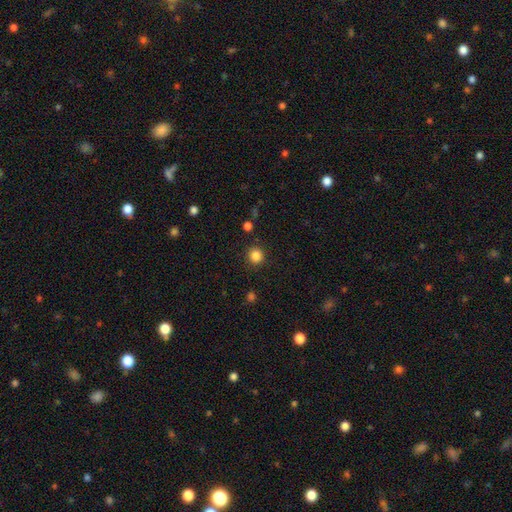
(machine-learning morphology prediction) This appears to be a smooth galaxy with no disk features (85%) that is round (92%). Merging: none (90%).